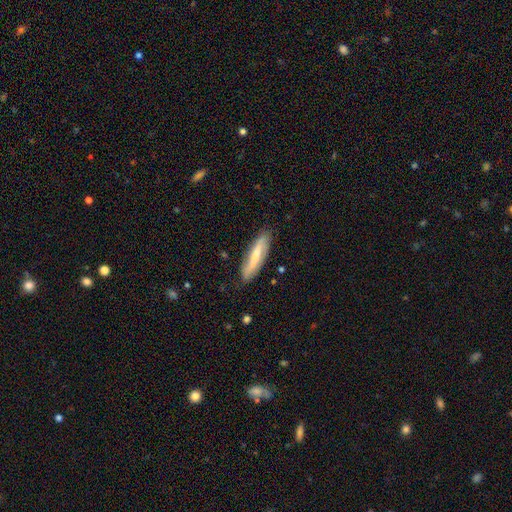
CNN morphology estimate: Q: Smooth or featured?
A: smooth (48%); runner-up: featured or disk (46%)
Q: Merging?
A: none (82%); runner-up: minor disturbance (14%)